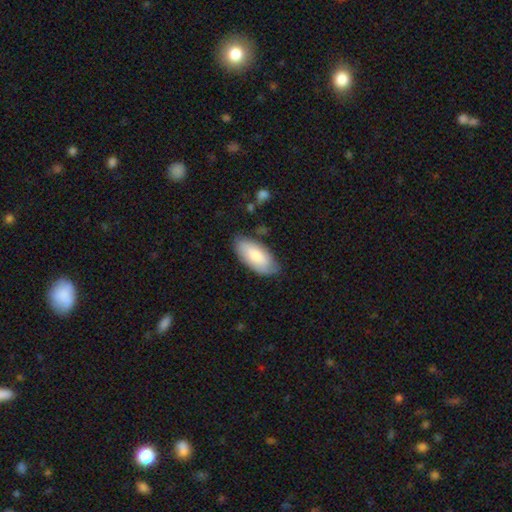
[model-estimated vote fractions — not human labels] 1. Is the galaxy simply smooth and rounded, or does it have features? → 75% smooth, 20% featured or disk, 5% star or artifact.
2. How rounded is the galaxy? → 91% in between, 7% cigar-shaped, 2% round.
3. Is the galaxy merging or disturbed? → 77% none, 18% minor disturbance, 4% major disturbance, 2% merger.